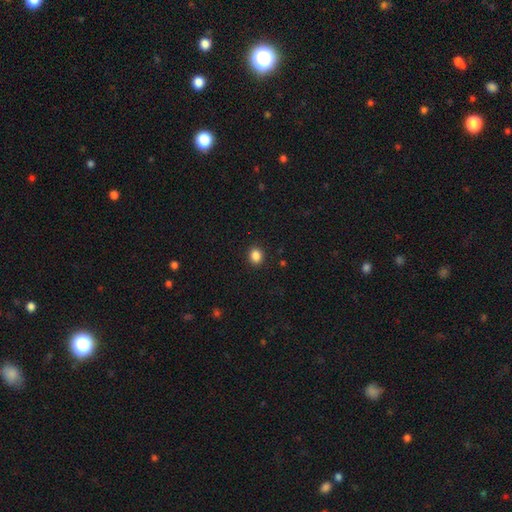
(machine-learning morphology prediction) A smooth galaxy with no disk features (86%) that is round (63%). Merging: none (91%).